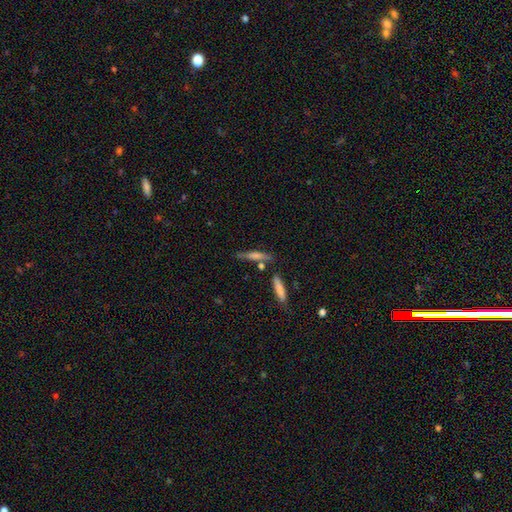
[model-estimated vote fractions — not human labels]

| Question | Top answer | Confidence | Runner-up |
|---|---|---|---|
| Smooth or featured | smooth | 48% | featured or disk (43%) |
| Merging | none | 75% | minor disturbance (11%) |